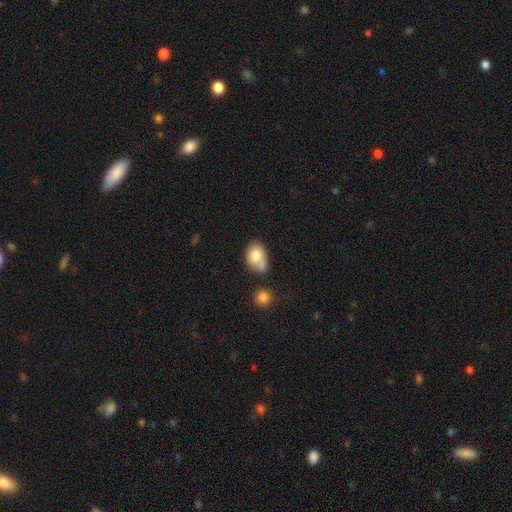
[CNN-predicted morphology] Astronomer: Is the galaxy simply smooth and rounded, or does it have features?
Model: smooth — 76%.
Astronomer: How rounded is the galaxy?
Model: in between — 73%.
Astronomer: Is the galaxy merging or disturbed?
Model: none — 37% (runner-up: merger, 33%).